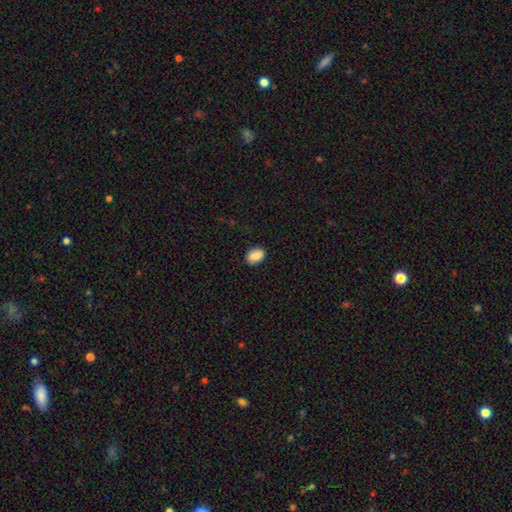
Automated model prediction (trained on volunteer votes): This is clearly a smooth galaxy (87%). How rounded: clearly in between (83%). Merging: clearly none (87%).